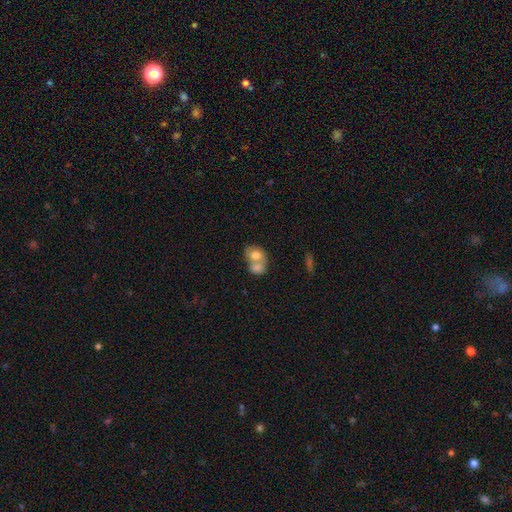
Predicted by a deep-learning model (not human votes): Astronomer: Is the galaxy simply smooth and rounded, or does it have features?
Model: smooth — 73%.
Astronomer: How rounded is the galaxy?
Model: in between — 54% (runner-up: round, 45%).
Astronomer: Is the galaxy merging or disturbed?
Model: merger — 71%.